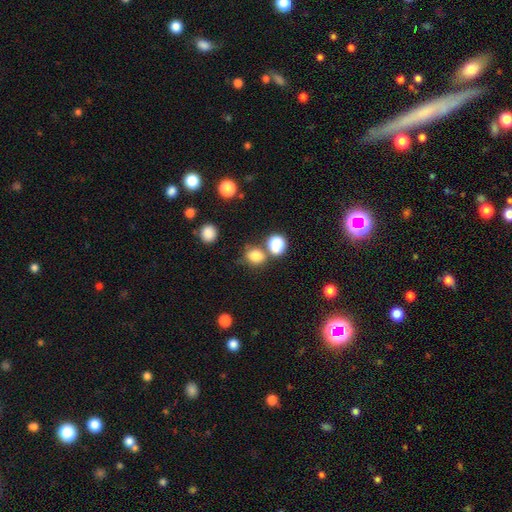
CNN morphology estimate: Overall: smooth (80%). How rounded: round (59%; in between 40%). Merging: none (56%; merger 26%).